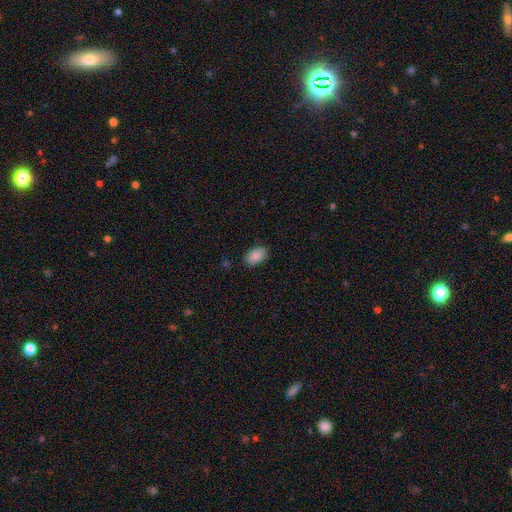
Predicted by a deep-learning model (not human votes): Smooth or featured?
  - smooth: 89% *
  - star or artifact: 7%
  - featured or disk: 4%
How rounded?
  - in between: 91% *
  - round: 7%
  - cigar-shaped: 1%
Merging?
  - none: 86% *
  - minor disturbance: 10%
  - major disturbance: 2%
  - merger: 1%